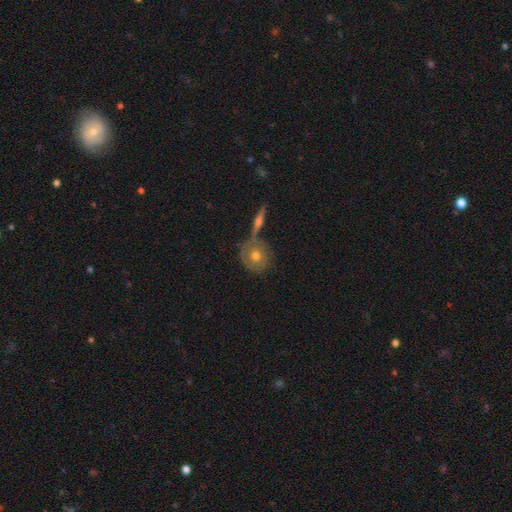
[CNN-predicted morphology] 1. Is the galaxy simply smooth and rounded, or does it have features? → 59% featured or disk, 34% smooth, 7% star or artifact.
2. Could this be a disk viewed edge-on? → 76% no, 24% yes.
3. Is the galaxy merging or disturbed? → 66% none, 17% merger, 13% minor disturbance, 4% major disturbance.